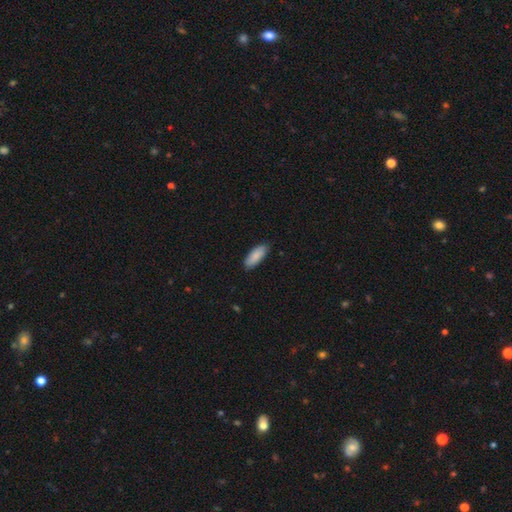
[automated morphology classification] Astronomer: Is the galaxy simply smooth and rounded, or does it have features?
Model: smooth — 88%.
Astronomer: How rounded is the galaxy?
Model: in between — 74%.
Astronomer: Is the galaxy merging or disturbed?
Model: none — 87%.